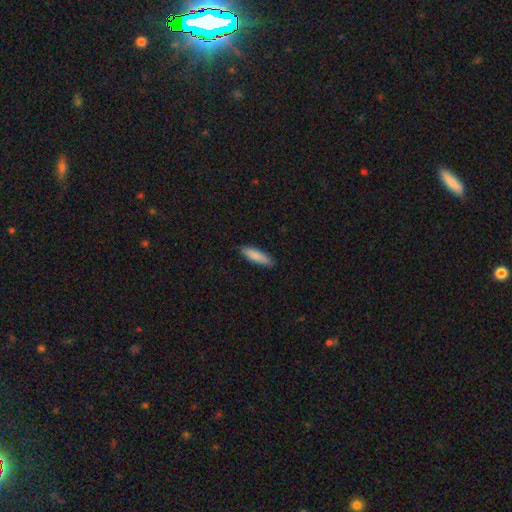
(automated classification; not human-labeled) smooth_or_featured: smooth (p=0.86) [alt: featured or disk p=0.08]
how_rounded: cigar-shaped (p=0.65) [alt: in between p=0.33]
merging: none (p=0.88) [alt: minor disturbance p=0.09]